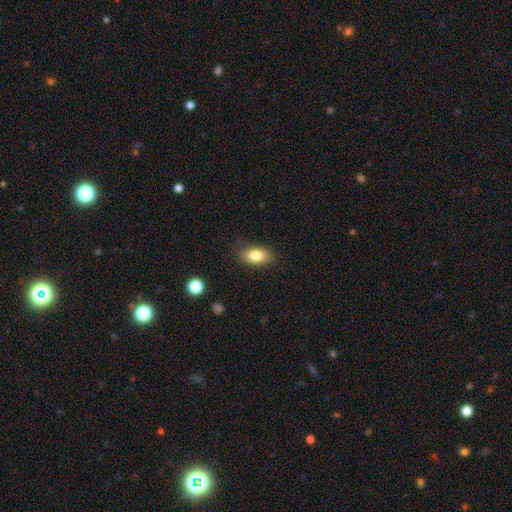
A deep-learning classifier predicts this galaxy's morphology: smooth-or-featured: smooth: 82% | featured or disk: 10% | star or artifact: 8%
  how-rounded: in between: 88% | round: 8% | cigar-shaped: 4%
  merging: none: 82% | minor disturbance: 14% | major disturbance: 3% | merger: 1%